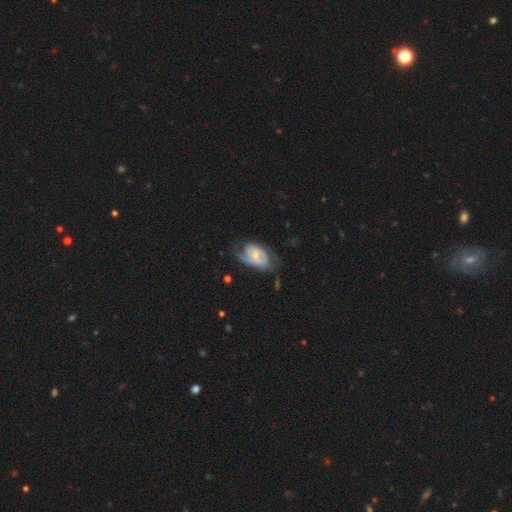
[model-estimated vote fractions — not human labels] Morphology: type=featured or disk (58%); edge-on=no (95%); bar=no (56%); spiral arms=yes (75%); bulge=small (51%); merging=none (44%).